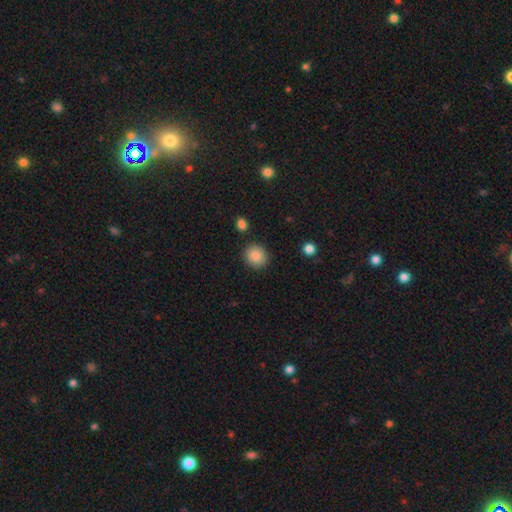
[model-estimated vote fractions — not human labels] This appears to be a smooth galaxy with no disk features (87%) that is round (83%). Merging: none (88%).